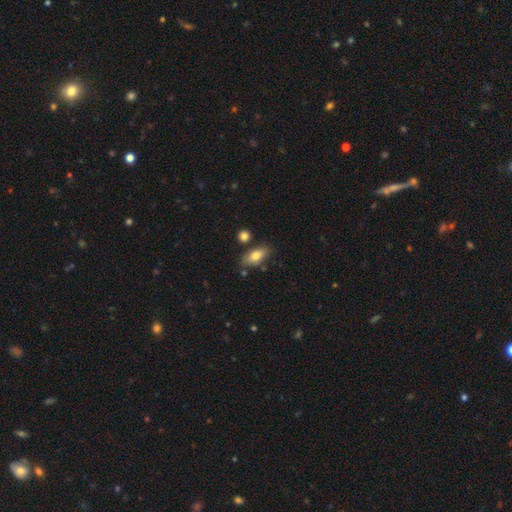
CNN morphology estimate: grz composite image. It shows a smooth galaxy with no disk features (75%) that is in between round and cigar-shaped (82%). Merging: none (75%).